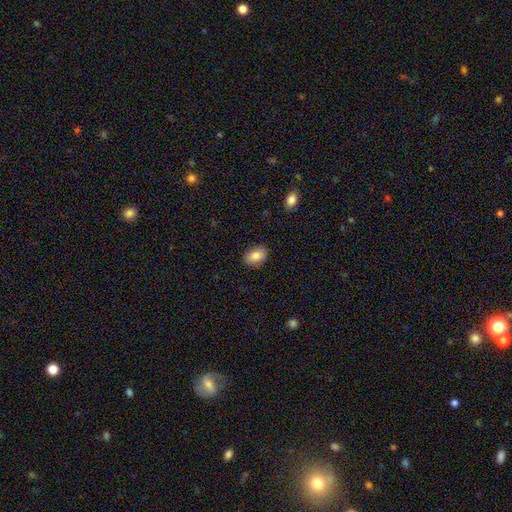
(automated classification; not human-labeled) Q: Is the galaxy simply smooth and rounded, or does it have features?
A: smooth — 85%.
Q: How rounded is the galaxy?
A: in between — 81%.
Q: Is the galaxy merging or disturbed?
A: none — 87%.